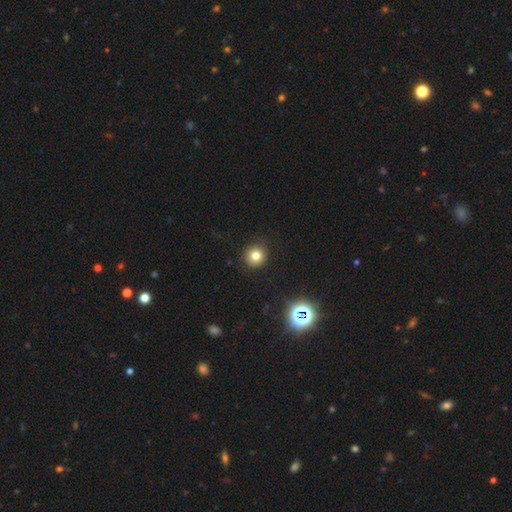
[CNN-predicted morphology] Smooth or featured? smooth (78%)
How rounded? round (93%)
Merging? none (89%)